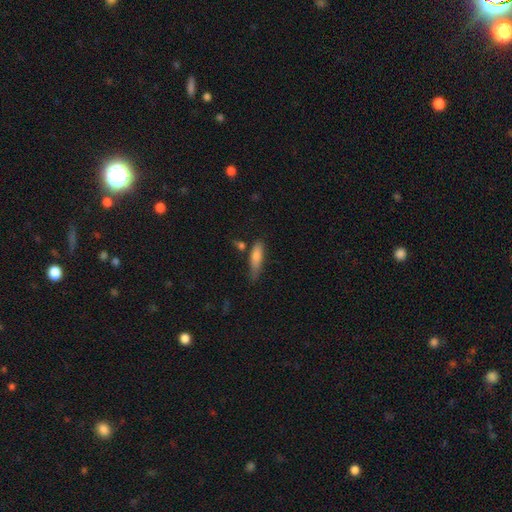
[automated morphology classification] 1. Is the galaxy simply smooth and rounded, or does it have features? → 74% smooth, 18% featured or disk, 8% star or artifact.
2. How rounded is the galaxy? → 66% cigar-shaped, 32% in between, 2% round.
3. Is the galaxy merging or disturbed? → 57% none, 28% minor disturbance, 8% major disturbance, 7% merger.